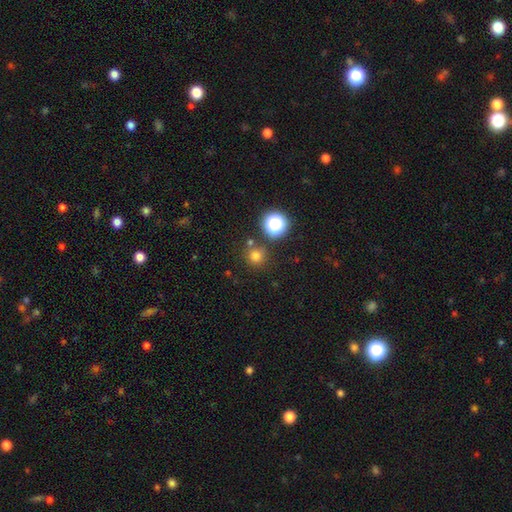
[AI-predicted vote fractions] The model was most divided on "smooth or featured": smooth: 72%, star or artifact: 21%, featured or disk: 7%. More confident: how rounded — round (94%); merging — none (78%).